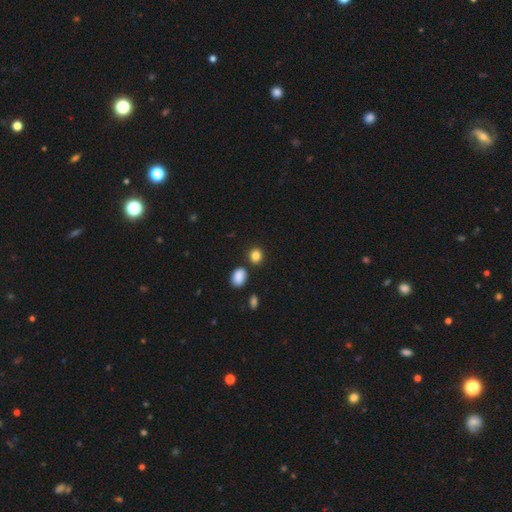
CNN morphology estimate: A smooth galaxy with no disk features (85%) that is round (73%).

Vote fractions:
- Smooth or featured? smooth: 85% / star or artifact: 11% / featured or disk: 4%
- How rounded? round: 73% / in between: 26% / cigar-shaped: 1%
- Merging? none: 80% / minor disturbance: 9% / merger: 8% / major disturbance: 3%